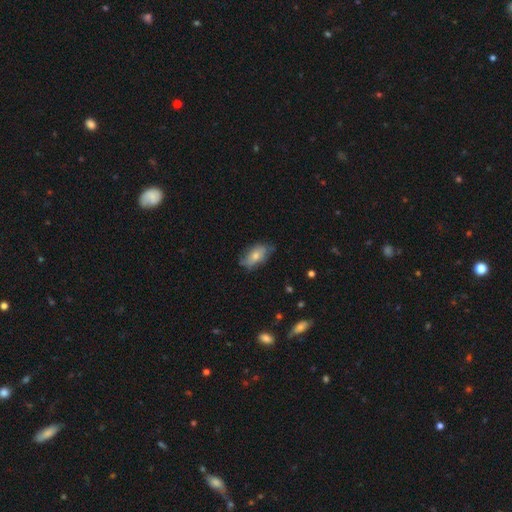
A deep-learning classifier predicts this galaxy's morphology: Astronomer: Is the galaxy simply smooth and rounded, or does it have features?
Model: smooth — 65%.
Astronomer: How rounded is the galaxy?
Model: in between — 89%.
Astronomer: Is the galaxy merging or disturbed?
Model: none — 63%.